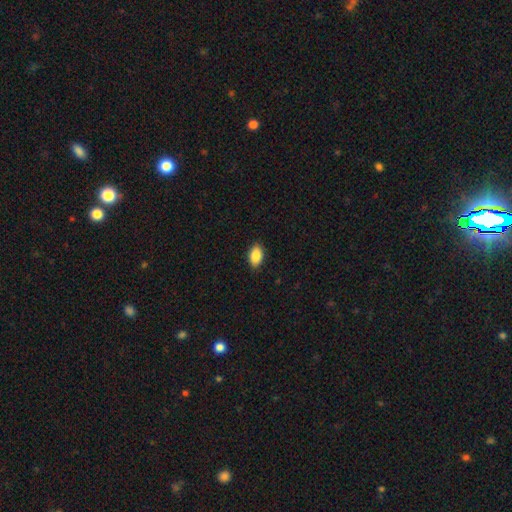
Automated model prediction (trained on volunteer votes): smooth_or_featured: smooth (p=0.88) [alt: star or artifact p=0.07]
how_rounded: in between (p=0.91) [alt: round p=0.07]
merging: none (p=0.89) [alt: minor disturbance p=0.09]